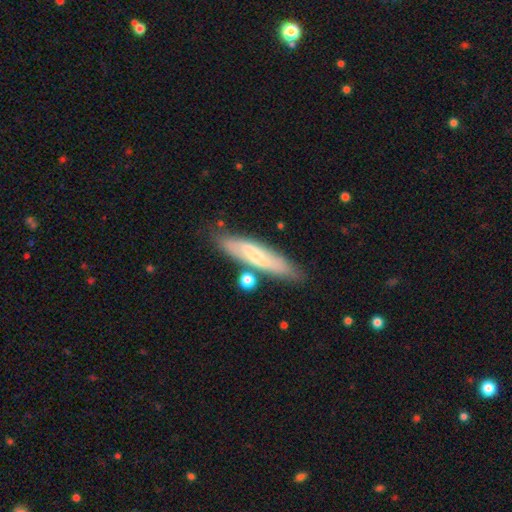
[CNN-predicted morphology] type=featured or disk (48%); merging=none (75%).